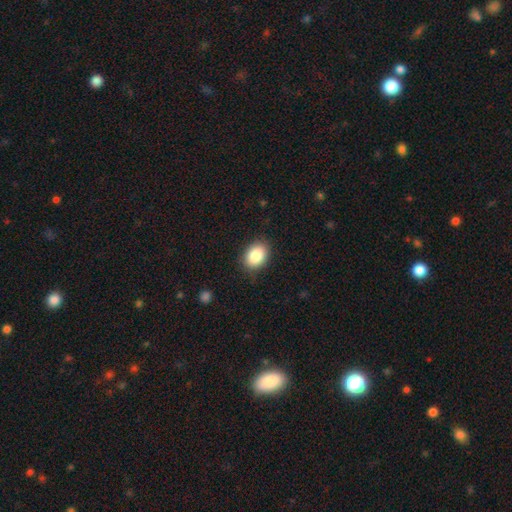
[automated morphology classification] smooth 88%, star or artifact 7%, featured or disk 5%. Down the decision tree: how rounded — in between (76%); merging — none (85%).